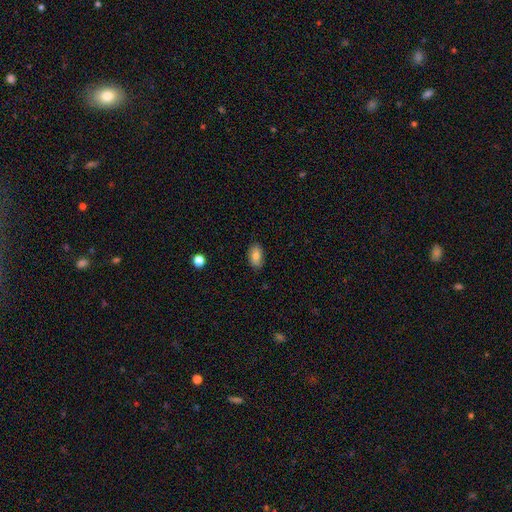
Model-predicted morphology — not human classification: smooth-or-featured: smooth: 82% | featured or disk: 10% | star or artifact: 8%
  how-rounded: in between: 91% | round: 6% | cigar-shaped: 2%
  merging: none: 86% | minor disturbance: 11% | major disturbance: 2% | merger: 1%